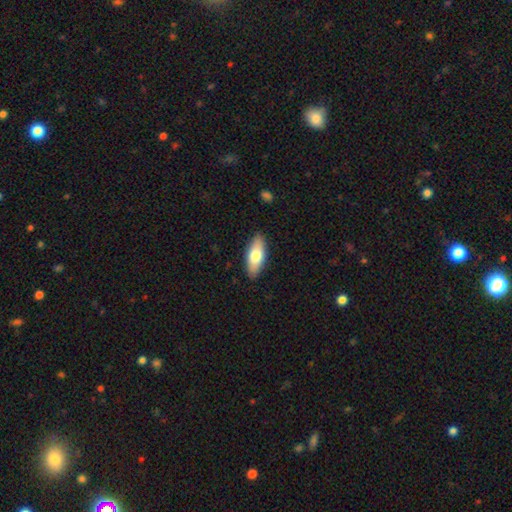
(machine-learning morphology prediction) A smooth galaxy with no disk features (73%) that is in between round and cigar-shaped (78%). Merging: none (88%).